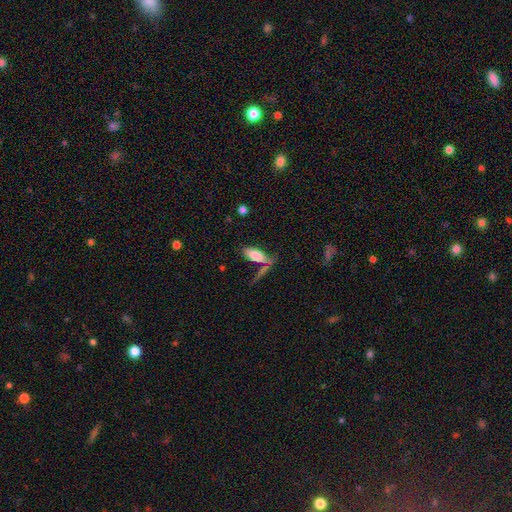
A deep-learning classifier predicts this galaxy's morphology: This appears to be a smooth galaxy with no disk features (78%) that is in between round and cigar-shaped (75%). Merging: none (53%).